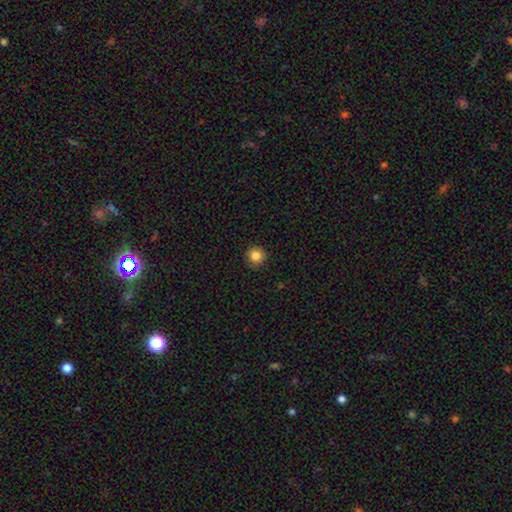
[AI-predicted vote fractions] The model was most divided on "smooth or featured": smooth: 85%, star or artifact: 10%, featured or disk: 4%. More confident: how rounded — round (95%); merging — none (92%).